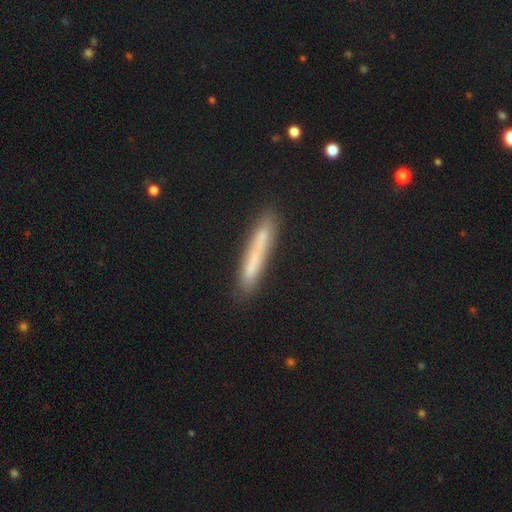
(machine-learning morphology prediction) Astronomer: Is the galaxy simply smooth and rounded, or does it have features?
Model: smooth — 55% (runner-up: featured or disk, 30%).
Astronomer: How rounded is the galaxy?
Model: cigar-shaped — 94%.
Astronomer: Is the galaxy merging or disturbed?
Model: none — 81%.